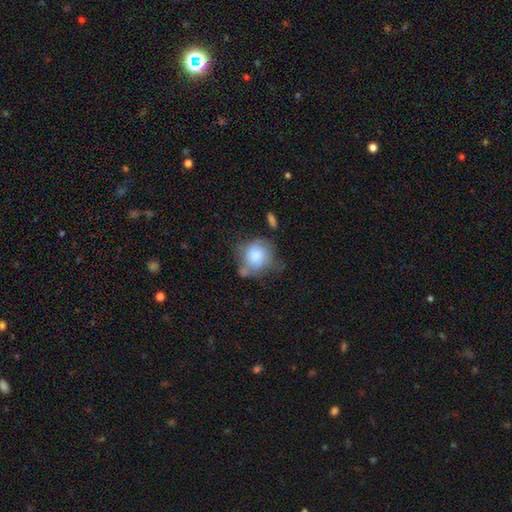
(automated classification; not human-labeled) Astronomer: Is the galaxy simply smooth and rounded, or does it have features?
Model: smooth — 74%.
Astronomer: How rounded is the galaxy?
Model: round — 73%.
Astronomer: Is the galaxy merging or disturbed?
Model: none — 39% (runner-up: minor disturbance, 33%).